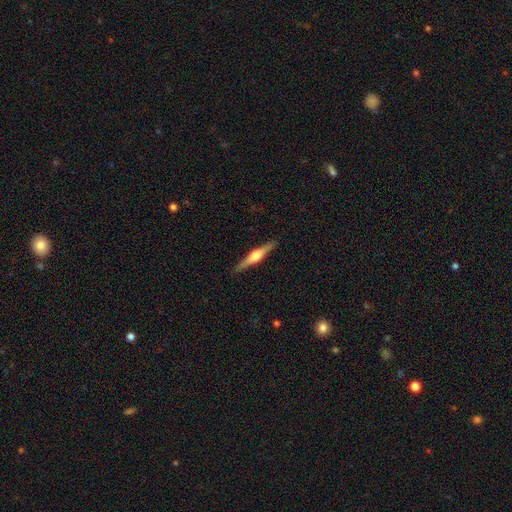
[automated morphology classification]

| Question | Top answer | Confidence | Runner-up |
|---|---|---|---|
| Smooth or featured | featured or disk | 73% | smooth (22%) |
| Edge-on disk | yes | 98% | no (2%) |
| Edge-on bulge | rounded | 92% | boxy (5%) |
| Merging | none | 91% | minor disturbance (6%) |